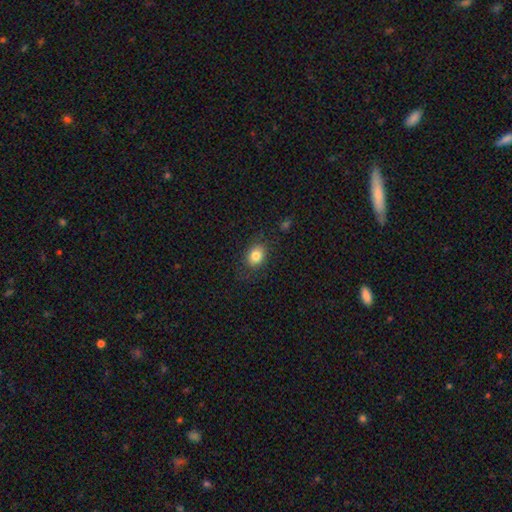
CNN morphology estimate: smooth_or_featured: smooth (p=0.82) [alt: star or artifact p=0.10]
how_rounded: in between (p=0.56) [alt: round p=0.43]
merging: none (p=0.82) [alt: minor disturbance p=0.13]